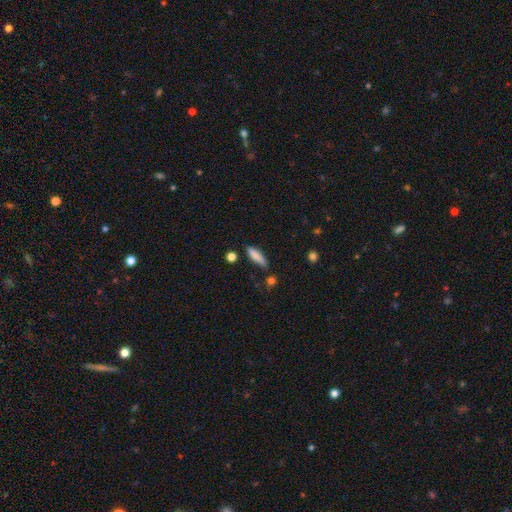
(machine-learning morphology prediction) smooth-or-featured: smooth: 82% | featured or disk: 11% | star or artifact: 7%
  how-rounded: cigar-shaped: 64% | in between: 33% | round: 2%
  merging: none: 72% | minor disturbance: 19% | merger: 5% | major disturbance: 4%